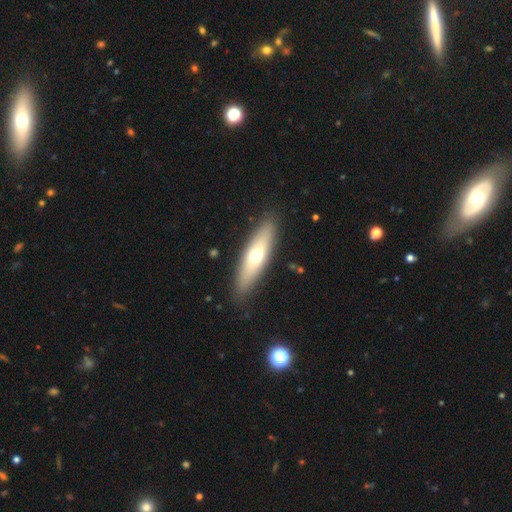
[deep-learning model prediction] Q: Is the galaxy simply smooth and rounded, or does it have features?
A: smooth — 55%.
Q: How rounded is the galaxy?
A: cigar-shaped — 65%.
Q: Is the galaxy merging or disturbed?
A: none — 88%.